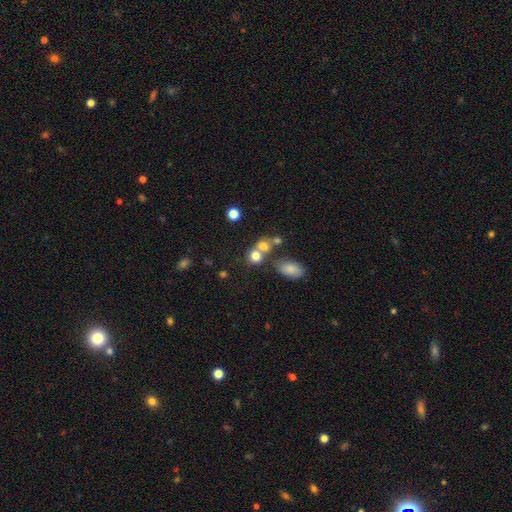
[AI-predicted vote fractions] A smooth galaxy with no disk features (75%) that is round (70%). Merging: merger (44%).